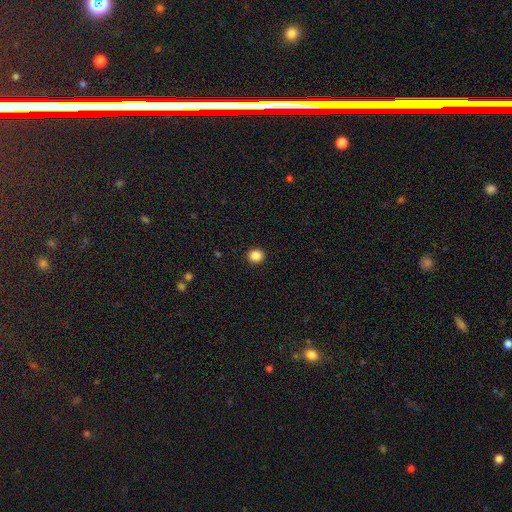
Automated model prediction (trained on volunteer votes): A smooth galaxy with no disk features (86%) that is round (85%).

Vote fractions:
- Smooth or featured? smooth: 86% / star or artifact: 11% / featured or disk: 3%
- How rounded? round: 85% / in between: 14% / cigar-shaped: 1%
- Merging? none: 92% / minor disturbance: 5% / major disturbance: 2% / merger: 1%